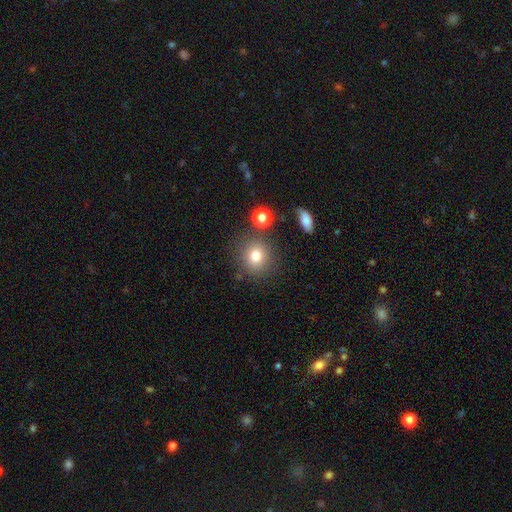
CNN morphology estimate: Q: Smooth or featured?
A: smooth (78%); runner-up: star or artifact (13%)
Q: How rounded?
A: round (84%); runner-up: in between (15%)
Q: Merging?
A: none (81%); runner-up: minor disturbance (10%)